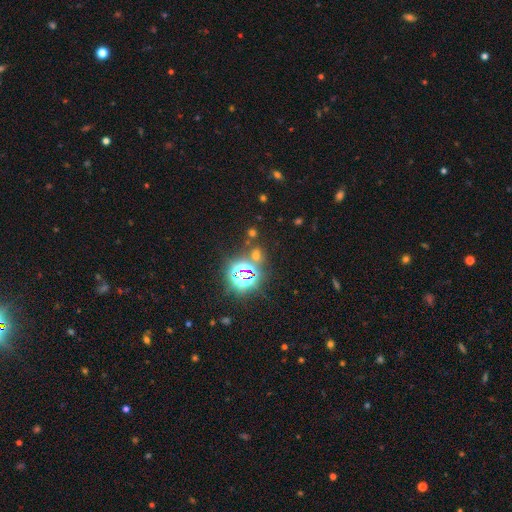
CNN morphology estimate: smooth_or_featured: star or artifact (p=0.61) [alt: smooth p=0.31]